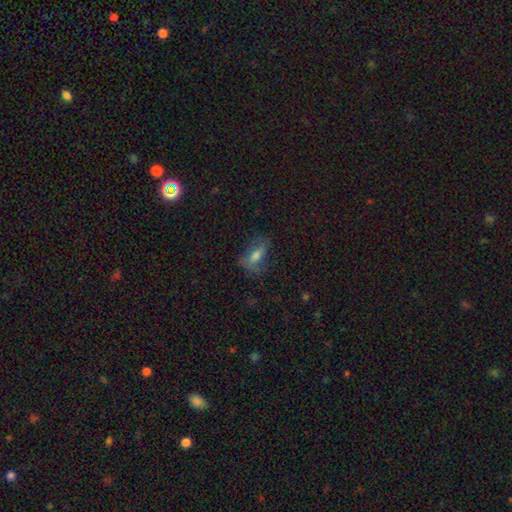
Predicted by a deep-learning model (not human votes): Overall: smooth (60%; featured or disk 26%). How rounded: in between (75%). Merging: none (64%).